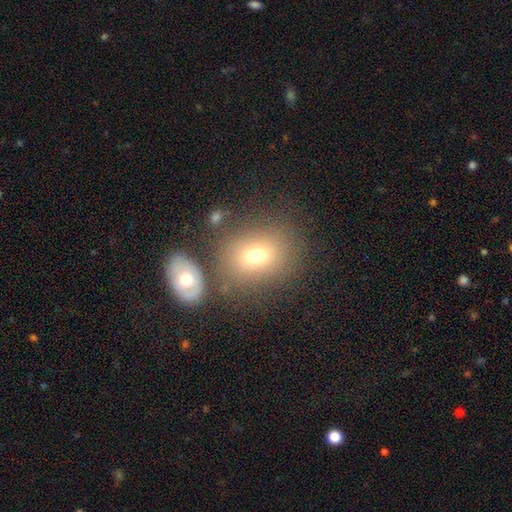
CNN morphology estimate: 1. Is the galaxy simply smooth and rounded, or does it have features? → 70% smooth, 16% featured or disk, 14% star or artifact.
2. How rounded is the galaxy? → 52% round, 47% in between, 1% cigar-shaped.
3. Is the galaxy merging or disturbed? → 65% none, 15% merger, 13% minor disturbance, 7% major disturbance.